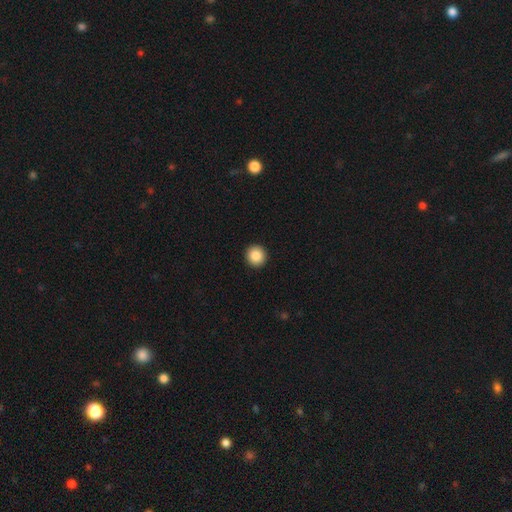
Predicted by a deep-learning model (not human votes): smooth-or-featured: smooth: 87% | star or artifact: 9% | featured or disk: 5%
  how-rounded: round: 92% | in between: 7% | cigar-shaped: 1%
  merging: none: 93% | minor disturbance: 4% | major disturbance: 1% | merger: 1%